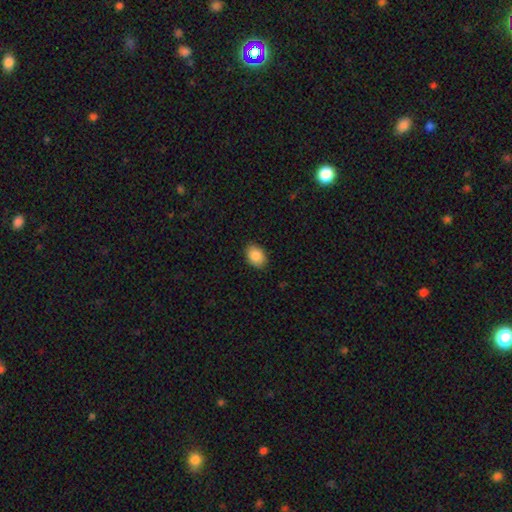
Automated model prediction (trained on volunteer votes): Morphology: type=smooth (87%); roundness=in between (78%); merging=none (89%).